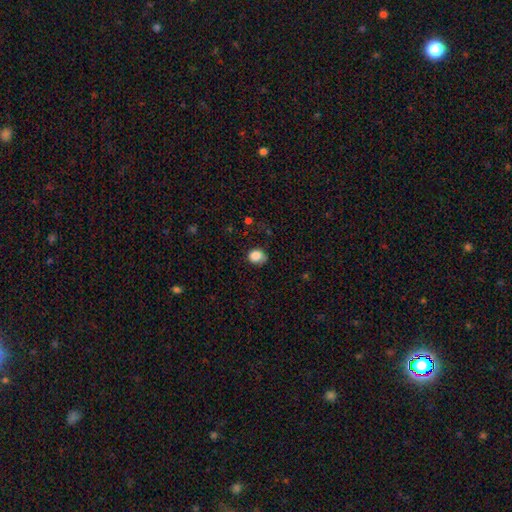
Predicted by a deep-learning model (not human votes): A smooth galaxy with no disk features (84%) that is round (61%). Merging: none (55%).